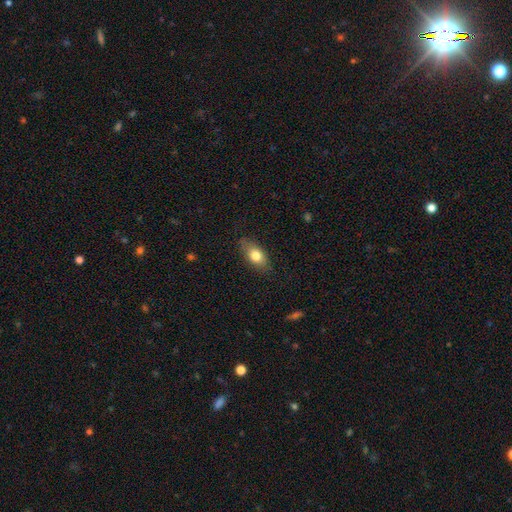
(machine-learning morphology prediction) Overall: smooth (76%). How rounded: in between (83%). Merging: none (79%).